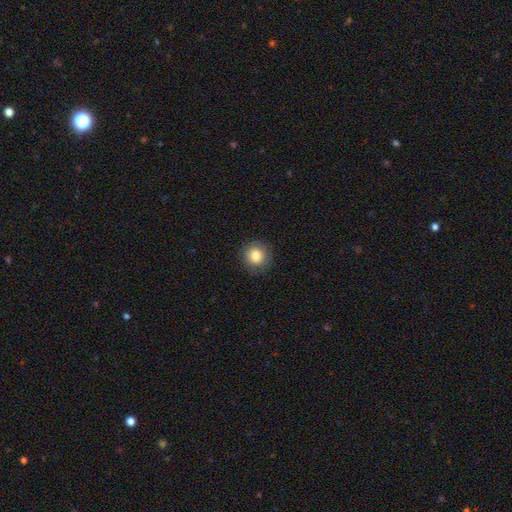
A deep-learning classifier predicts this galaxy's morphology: Q: Smooth or featured?
A: smooth (83%); runner-up: star or artifact (9%)
Q: How rounded?
A: round (88%); runner-up: in between (11%)
Q: Merging?
A: none (84%); runner-up: minor disturbance (11%)